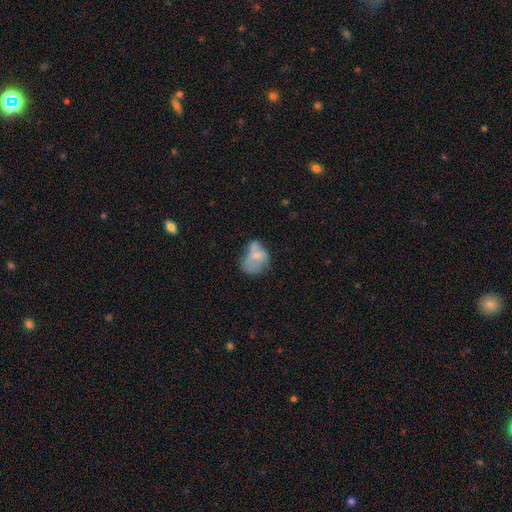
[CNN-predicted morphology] smooth_or_featured: smooth (p=0.59) [alt: featured or disk p=0.32]
how_rounded: in between (p=0.63) [alt: round p=0.36]
merging: merger (p=0.26) [tied with: none p=0.26]